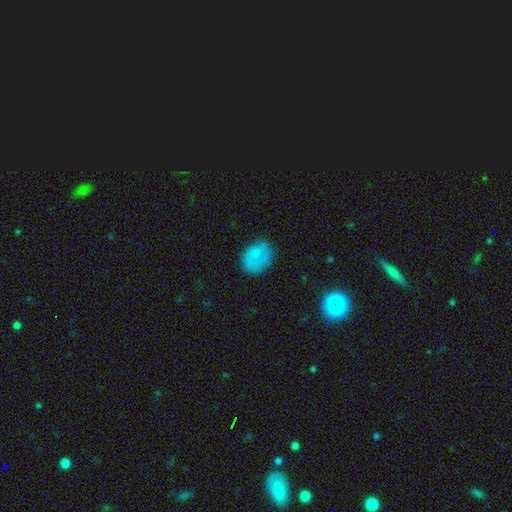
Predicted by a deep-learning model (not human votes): Morphology: type=smooth (65%); roundness=in between (50%); merging=none (51%).